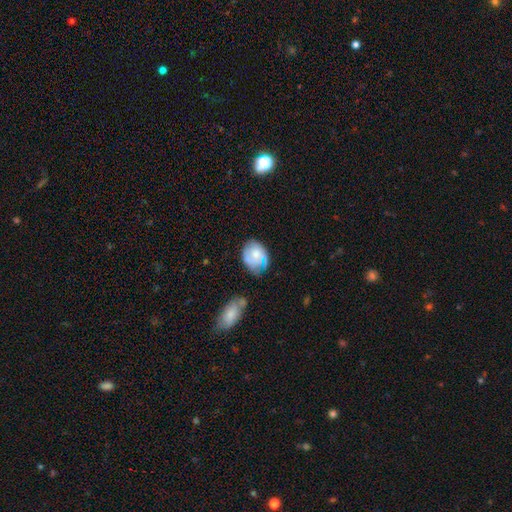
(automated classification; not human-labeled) A smooth galaxy with no disk features (57%) that is in between round and cigar-shaped (59%).

Vote fractions:
- Smooth or featured? smooth: 57% / featured or disk: 35% / star or artifact: 8%
- How rounded? in between: 59% / round: 39% / cigar-shaped: 1%
- Merging? none: 56% / minor disturbance: 29% / major disturbance: 8% / merger: 7%